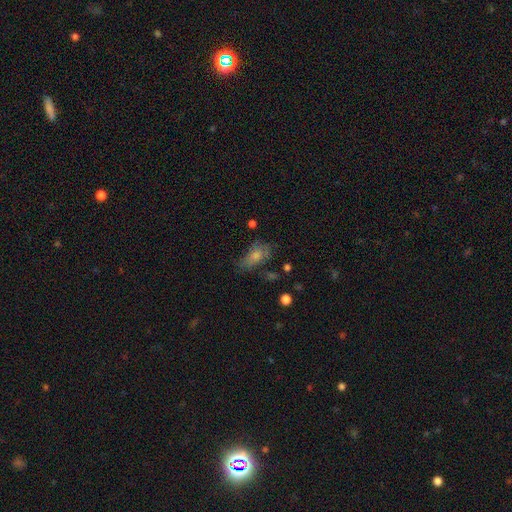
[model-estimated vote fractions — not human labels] Overall: smooth (70%). How rounded: in between (84%). Merging: none (44%; minor disturbance 31%).